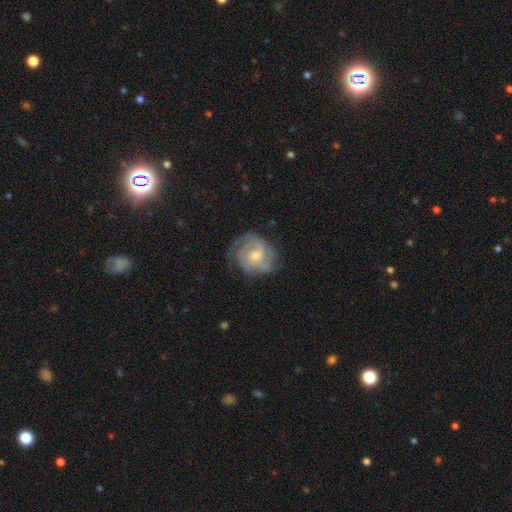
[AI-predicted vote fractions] featured or disk 77%, smooth 17%, star or artifact 6%. Down the decision tree: edge-on disk — no (98%); bar — no (59%); spiral arms — yes (93%); spiral arm count — 2 (38%); spiral winding — tight (51%); bulge size — moderate (52%); merging — none (64%).